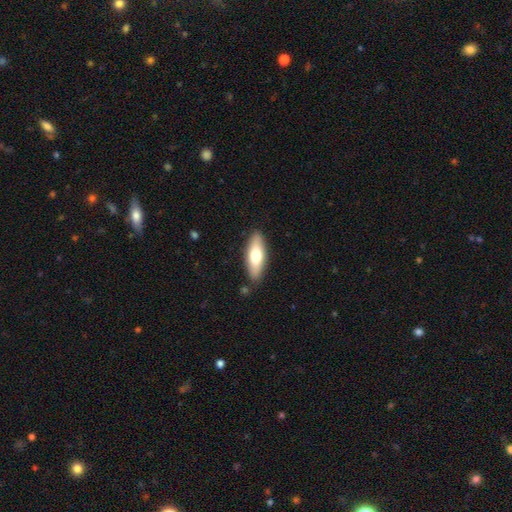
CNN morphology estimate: This appears to be a smooth galaxy with no disk features (66%) that is in between round and cigar-shaped (57%). Merging: none (86%).